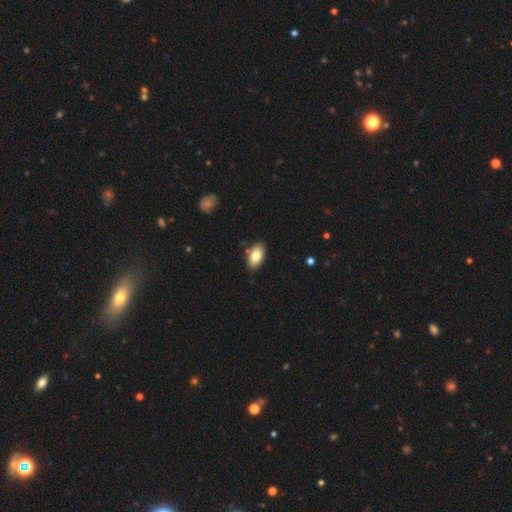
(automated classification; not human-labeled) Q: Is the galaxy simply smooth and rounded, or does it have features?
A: smooth — 83%.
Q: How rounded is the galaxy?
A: in between — 93%.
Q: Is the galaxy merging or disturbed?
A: none — 85%.